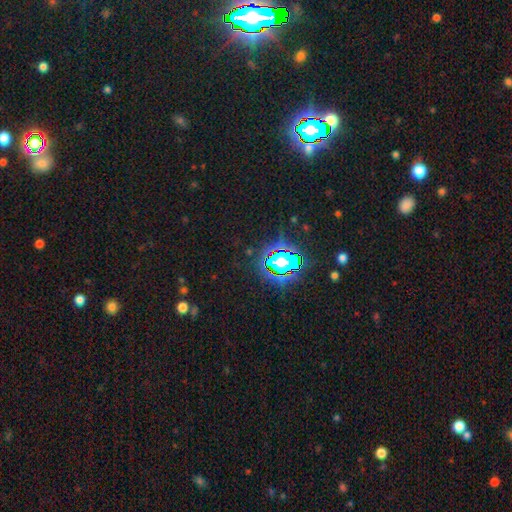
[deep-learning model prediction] A star or artifact, not a galaxy (81%).